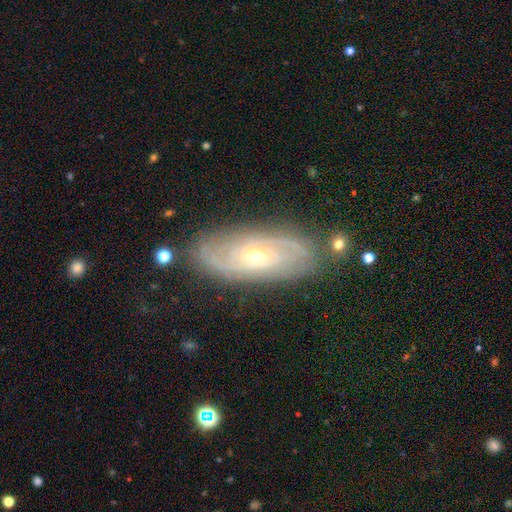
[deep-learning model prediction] This appears to be a featured or disk galaxy (81%) with no bar (69%), 2 (37%) tight (68%) spiral arms (91%) and a small central bulge (61%). Merging: none (81%).